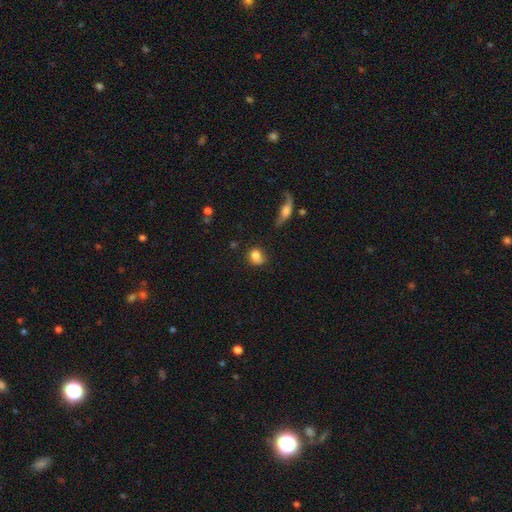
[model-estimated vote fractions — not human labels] Q: Smooth or featured?
A: smooth (81%); runner-up: featured or disk (10%)
Q: How rounded?
A: round (64%); runner-up: in between (34%)
Q: Merging?
A: none (57%); runner-up: minor disturbance (26%)